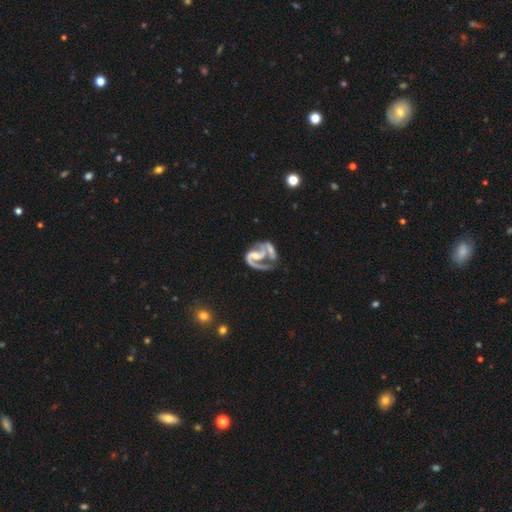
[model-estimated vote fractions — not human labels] Overall: featured or disk (89%). Edge-on disk: no (98%). Bar: weak (41%; no 33%). Spiral arms: yes (96%). Spiral arm count: 2 (80%). Spiral winding: medium (54%; loose 26%). Bulge size: small (40%; moderate 38%). Merging: none (32%; merger 30%).